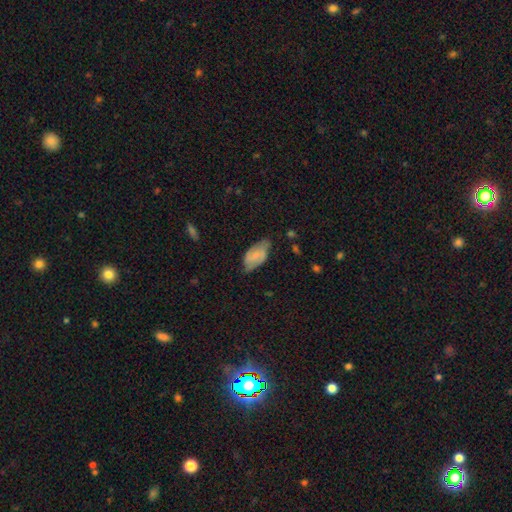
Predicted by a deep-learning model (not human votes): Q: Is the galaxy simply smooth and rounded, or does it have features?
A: smooth — 58%.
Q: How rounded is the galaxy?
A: in between — 93%.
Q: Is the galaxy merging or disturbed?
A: none — 58%.